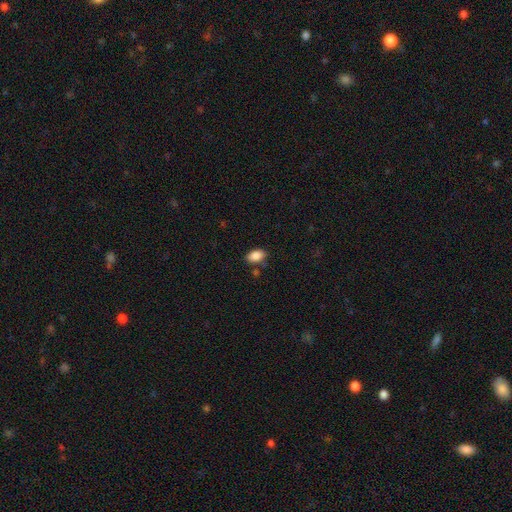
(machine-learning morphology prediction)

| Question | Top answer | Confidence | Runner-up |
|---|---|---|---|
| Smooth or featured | smooth | 87% | star or artifact (8%) |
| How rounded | in between | 91% | round (7%) |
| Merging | none | 78% | minor disturbance (14%) |